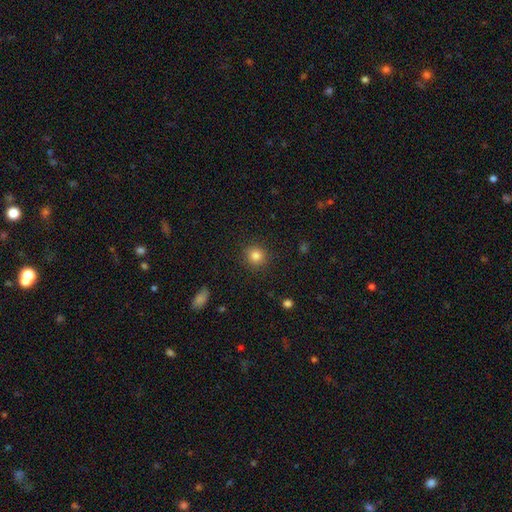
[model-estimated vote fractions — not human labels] smooth 83%, star or artifact 11%, featured or disk 5%. Down the decision tree: how rounded — round (91%); merging — none (90%).